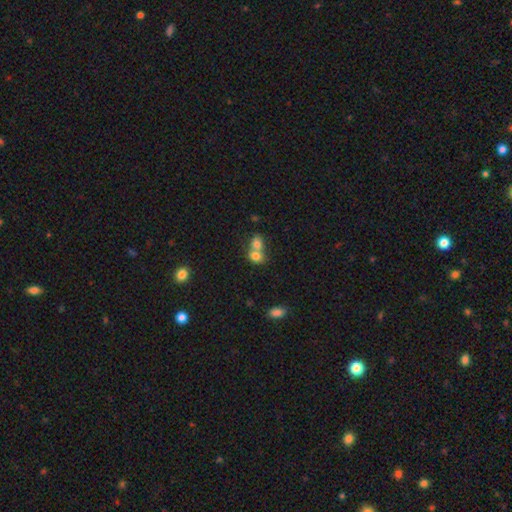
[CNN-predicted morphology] A smooth galaxy with no disk features (76%) that is round (56%). Merging: merger (69%).